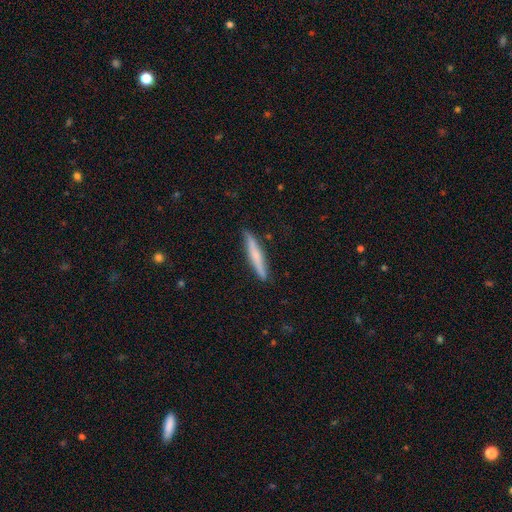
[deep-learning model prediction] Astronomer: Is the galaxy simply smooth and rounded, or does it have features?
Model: smooth — 58% (runner-up: featured or disk, 36%).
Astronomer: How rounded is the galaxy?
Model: cigar-shaped — 95%.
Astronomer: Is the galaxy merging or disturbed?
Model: none — 90%.